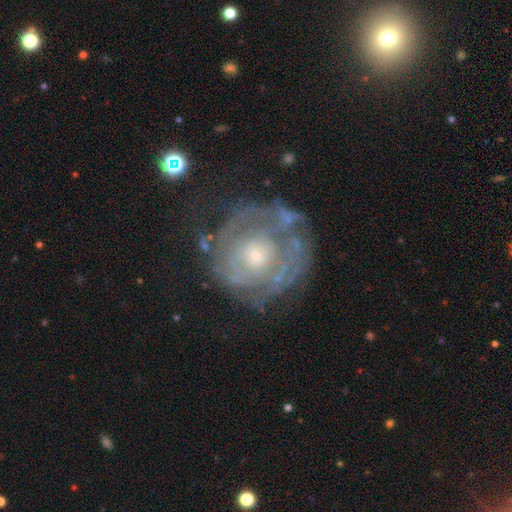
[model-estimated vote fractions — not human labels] This is likely a featured or disk galaxy (74%). It is clearly not viewed edge-on (97%). Bar: clearly no (85%). Spiral arm pattern: likely yes (62%). Central bulge: likely small (69%). Merging: likely none (64%).